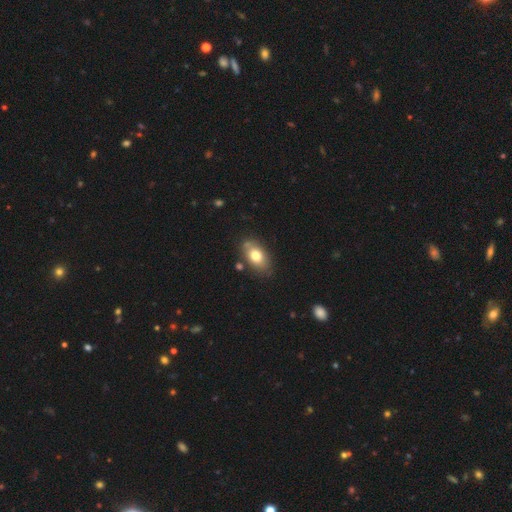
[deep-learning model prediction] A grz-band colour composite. It shows a smooth galaxy with no disk features (74%) that is in between round and cigar-shaped (88%). Merging: none (74%).